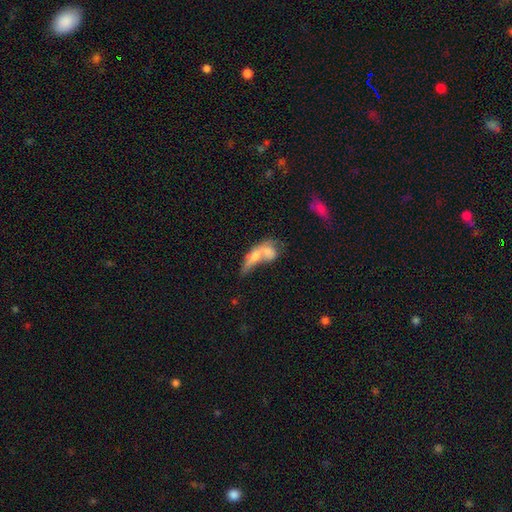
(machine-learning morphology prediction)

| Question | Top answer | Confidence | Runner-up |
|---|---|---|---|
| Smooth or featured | smooth | 57% | featured or disk (35%) |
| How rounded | in between | 61% | cigar-shaped (27%) |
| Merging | merger | 66% | none (16%) |